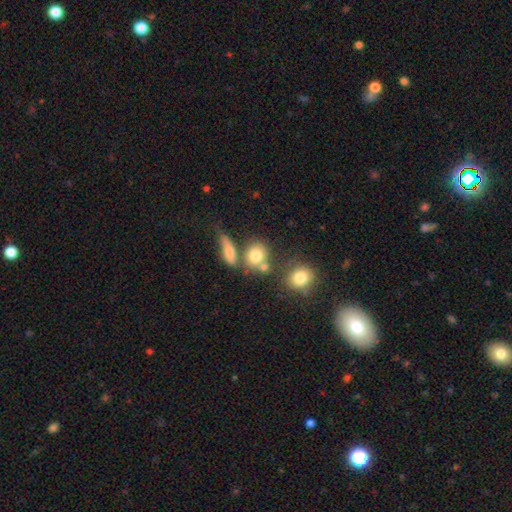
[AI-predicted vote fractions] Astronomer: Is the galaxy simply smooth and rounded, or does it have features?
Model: smooth — 77%.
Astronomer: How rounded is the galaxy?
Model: round — 66%.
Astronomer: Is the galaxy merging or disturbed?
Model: none — 52% (runner-up: merger, 31%).